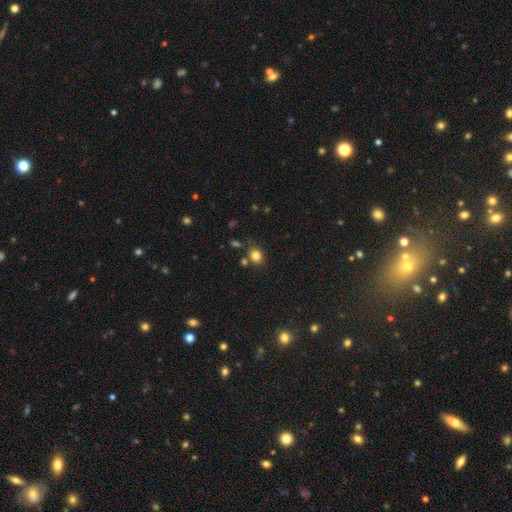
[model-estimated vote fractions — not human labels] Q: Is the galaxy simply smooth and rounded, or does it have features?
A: smooth — 81%.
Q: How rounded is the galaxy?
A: round — 61%.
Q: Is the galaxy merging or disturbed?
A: none — 72%.